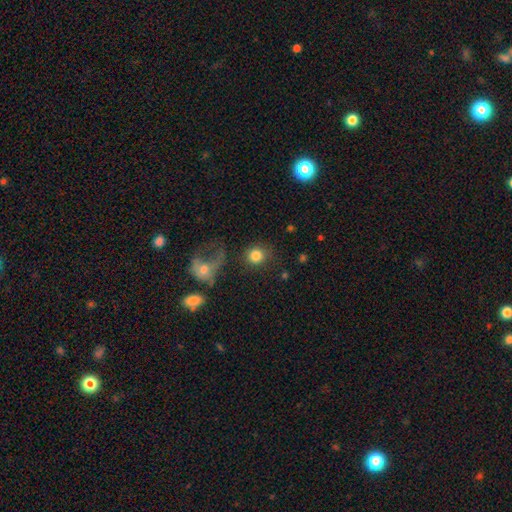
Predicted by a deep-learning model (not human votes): A smooth galaxy with no disk features (82%) that is round (84%).

Vote fractions:
- Smooth or featured? smooth: 82% / featured or disk: 10% / star or artifact: 9%
- How rounded? round: 84% / in between: 15% / cigar-shaped: 1%
- Merging? none: 66% / major disturbance: 12% / minor disturbance: 12% / merger: 9%